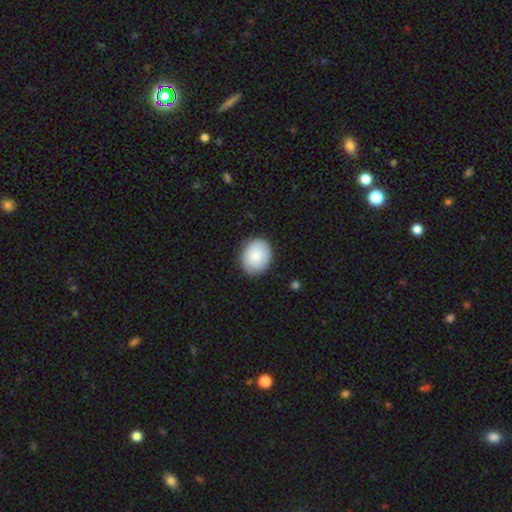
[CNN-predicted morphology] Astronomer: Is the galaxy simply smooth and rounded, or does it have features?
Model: smooth — 84%.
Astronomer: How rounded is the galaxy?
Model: round — 52% (runner-up: in between, 47%).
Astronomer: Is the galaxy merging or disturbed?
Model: none — 86%.